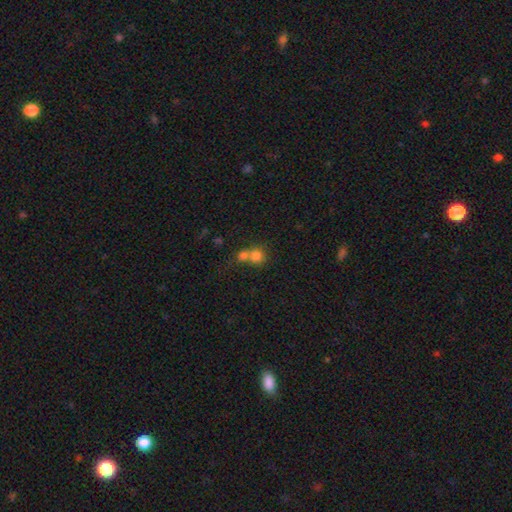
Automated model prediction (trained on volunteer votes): smooth_or_featured: smooth (p=0.79) [alt: star or artifact p=0.12]
how_rounded: round (p=0.85) [alt: in between p=0.14]
merging: merger (p=0.55) [alt: none p=0.36]